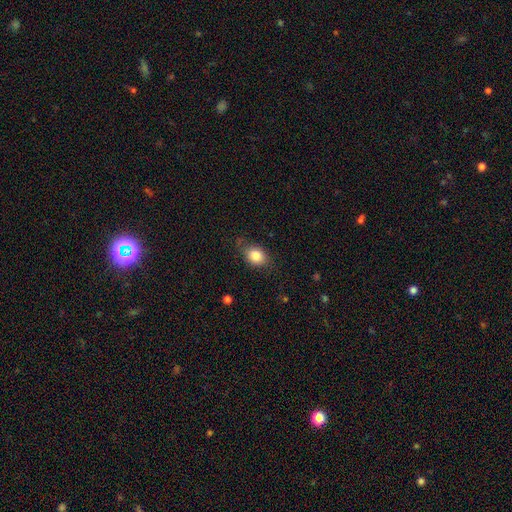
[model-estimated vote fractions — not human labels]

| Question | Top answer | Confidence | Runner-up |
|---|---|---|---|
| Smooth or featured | smooth | 83% | star or artifact (8%) |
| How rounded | in between | 65% | round (34%) |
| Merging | none | 74% | minor disturbance (20%) |